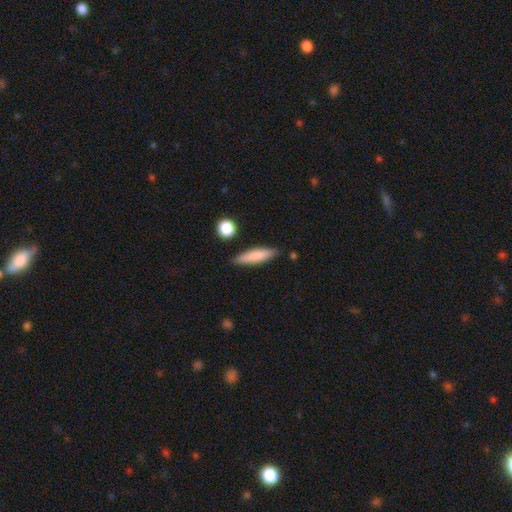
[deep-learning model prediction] smooth-or-featured: smooth: 78% | featured or disk: 16% | star or artifact: 6%
  how-rounded: cigar-shaped: 76% | in between: 22% | round: 2%
  merging: none: 83% | minor disturbance: 11% | merger: 3% | major disturbance: 3%